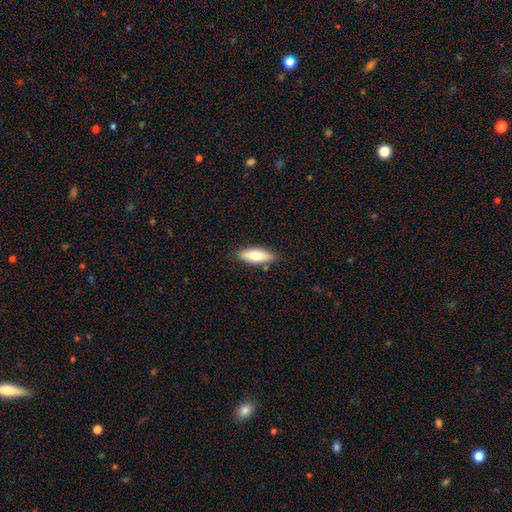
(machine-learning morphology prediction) A smooth galaxy with no disk features (76%) that is in between round and cigar-shaped (58%).

Vote fractions:
- Smooth or featured? smooth: 76% / featured or disk: 18% / star or artifact: 6%
- How rounded? in between: 58% / cigar-shaped: 40% / round: 2%
- Merging? none: 84% / minor disturbance: 11% / major disturbance: 2% / merger: 2%